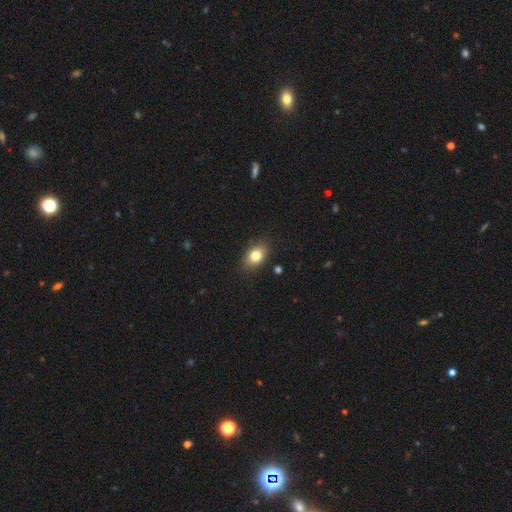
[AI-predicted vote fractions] Smooth or featured? Predicted: smooth (p=0.81). How rounded? Predicted: in between (p=0.77). Merging? Predicted: none (p=0.85).